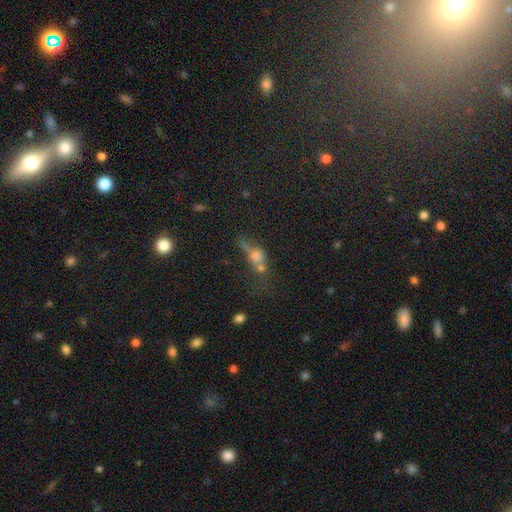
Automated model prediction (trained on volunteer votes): A smooth galaxy with no disk features (53%) that is round (43%). Merging: merger (38%).